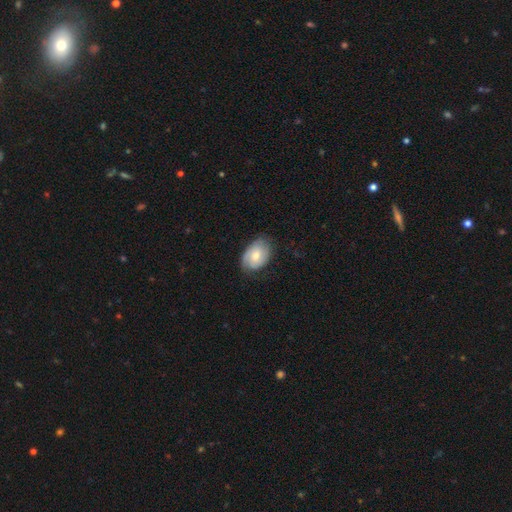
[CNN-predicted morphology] A smooth galaxy with no disk features (48%).

Vote fractions:
- Smooth or featured? smooth: 48% / featured or disk: 45% / star or artifact: 6%
- Merging? none: 69% / minor disturbance: 24% / major disturbance: 6% / merger: 1%